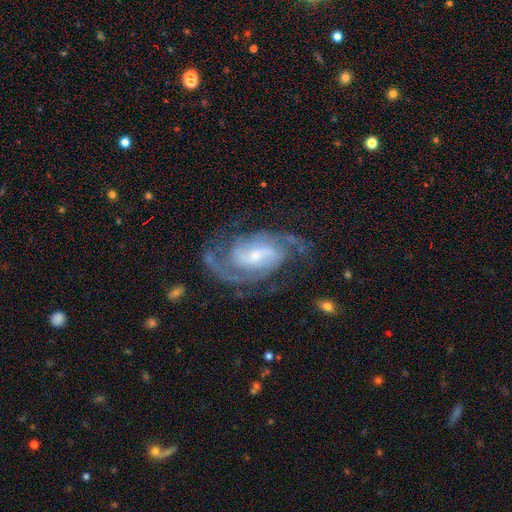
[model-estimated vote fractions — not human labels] featured or disk 90%, star or artifact 5%, smooth 5%. Down the decision tree: edge-on disk — no (97%); bar — weak (46%); spiral arms — yes (98%); spiral arm count — 2 (67%); spiral winding — tight (48%); bulge size — small (54%); merging — none (74%).